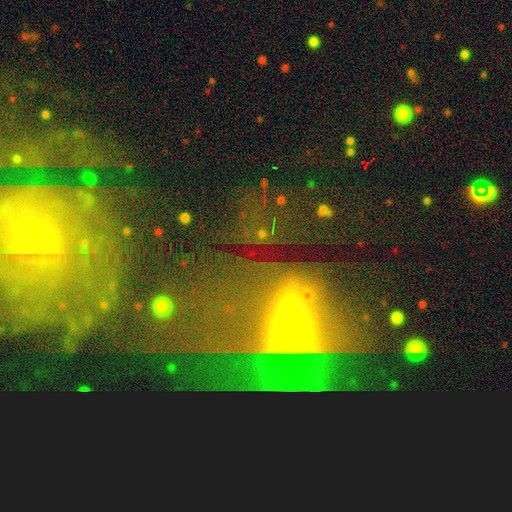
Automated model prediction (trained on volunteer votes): This appears to be a featured or disk galaxy (58%) with no bar (64%), no spiral arms (51%) and a small central bulge (51%). Merging: major disturbance (37%).